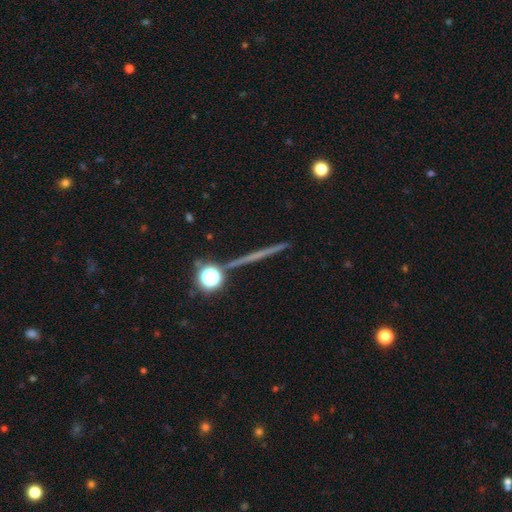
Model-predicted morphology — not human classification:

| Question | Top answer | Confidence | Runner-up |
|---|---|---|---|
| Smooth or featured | featured or disk | 50% | smooth (29%) |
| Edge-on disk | yes | 95% | no (5%) |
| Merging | none | 87% | minor disturbance (7%) |